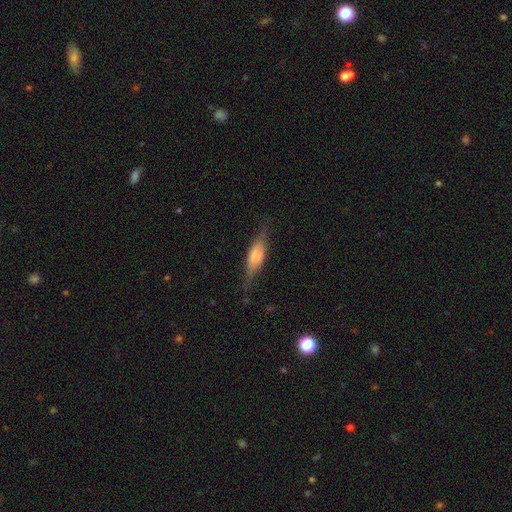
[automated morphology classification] Smooth or featured? featured or disk (50%)
Merging? none (71%)